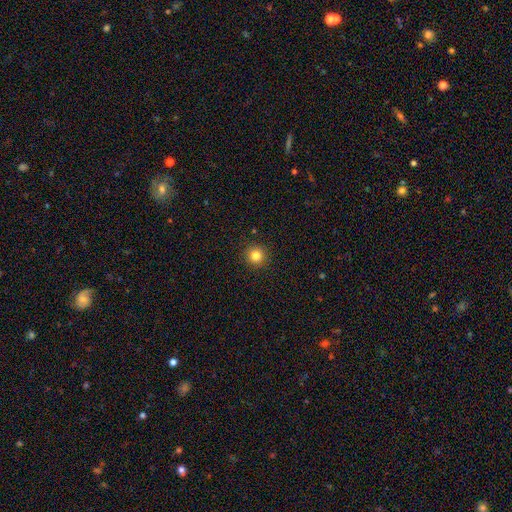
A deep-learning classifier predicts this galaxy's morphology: This appears to be a smooth galaxy with no disk features (83%) that is round (95%). Merging: none (92%).